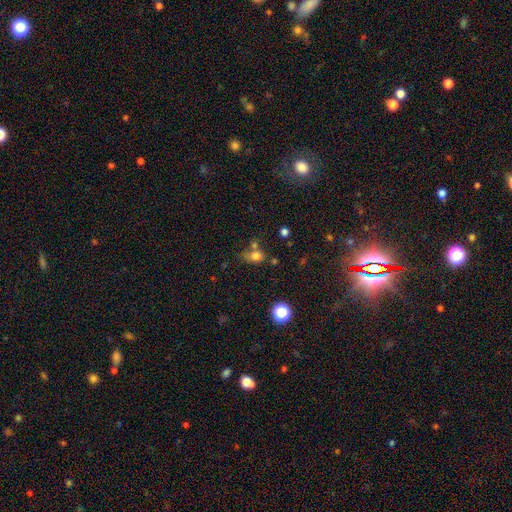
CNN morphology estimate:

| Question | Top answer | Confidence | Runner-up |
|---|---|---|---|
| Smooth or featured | star or artifact | 63% | smooth (23%) |